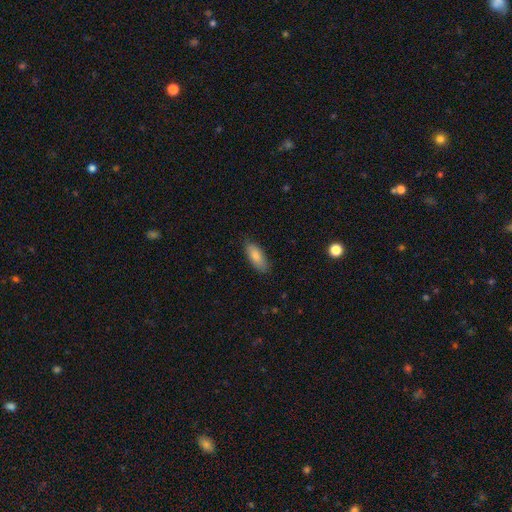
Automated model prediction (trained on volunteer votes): Smooth or featured? smooth (83%)
How rounded? in between (78%)
Merging? none (85%)